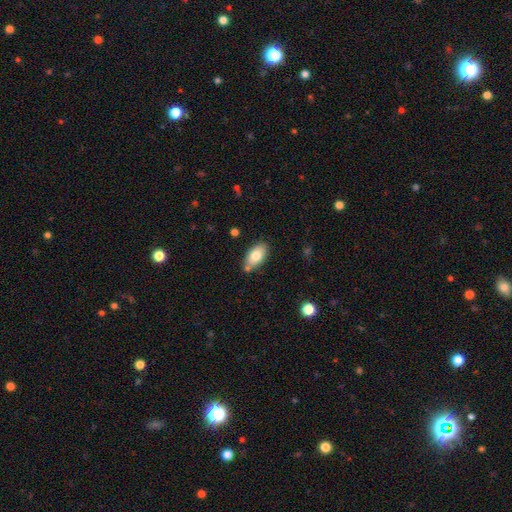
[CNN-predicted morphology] Smooth or featured? smooth (78%)
How rounded? in between (93%)
Merging? none (75%)